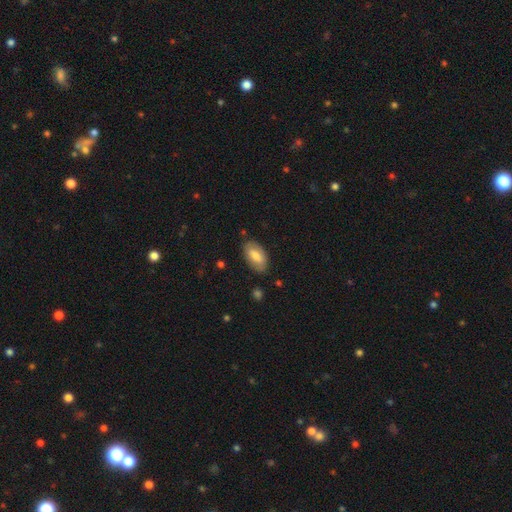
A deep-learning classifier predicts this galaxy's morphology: Smooth or featured?
  - smooth: 70% *
  - featured or disk: 24%
  - star or artifact: 6%
How rounded?
  - in between: 93% *
  - cigar-shaped: 4%
  - round: 3%
Merging?
  - none: 80% *
  - minor disturbance: 15%
  - major disturbance: 4%
  - merger: 1%